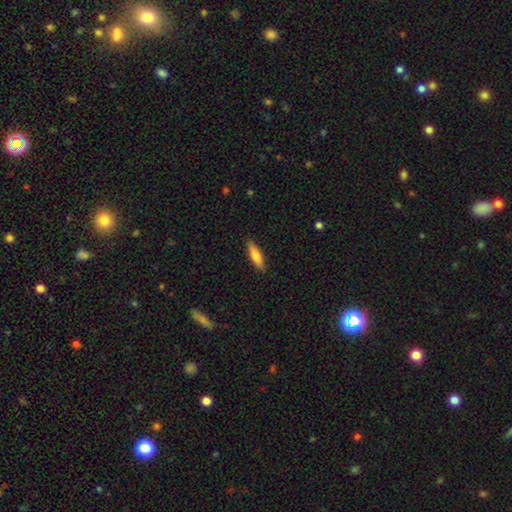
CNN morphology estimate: Smooth or featured? smooth (73%)
How rounded? cigar-shaped (63%)
Merging? none (88%)